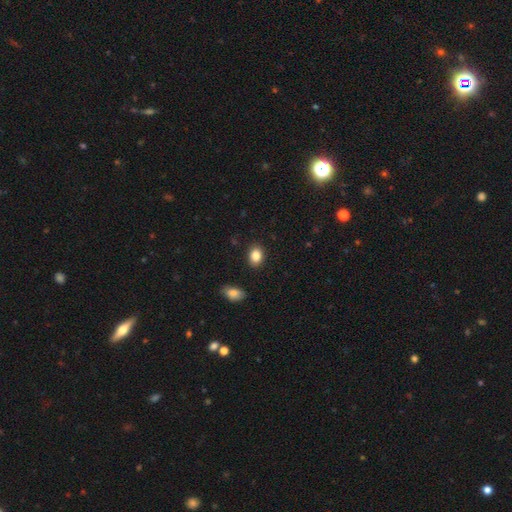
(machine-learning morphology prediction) Smooth or featured? Predicted: smooth (p=0.85). How rounded? Predicted: in between (p=0.68). Merging? Predicted: none (p=0.88).